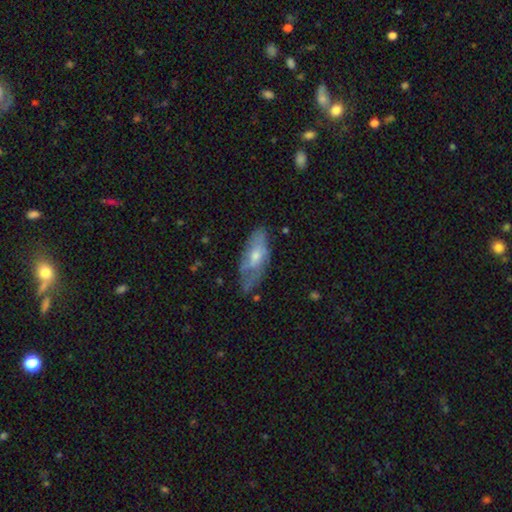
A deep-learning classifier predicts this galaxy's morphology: type=featured or disk (47%); merging=none (52%).